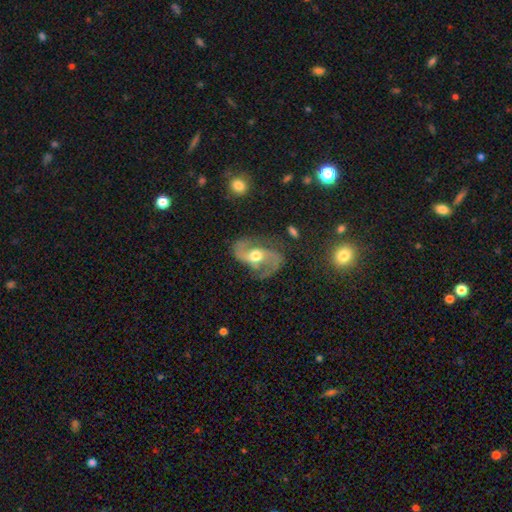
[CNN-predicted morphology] featured or disk 89%, smooth 6%, star or artifact 5%. Down the decision tree: edge-on disk — no (97%); bar — no (46%); spiral arms — yes (96%); spiral arm count — 2 (93%); spiral winding — medium (47%); bulge size — moderate (73%); merging — none (70%).